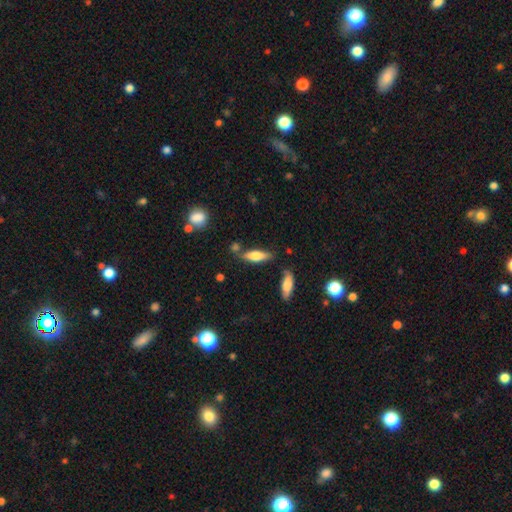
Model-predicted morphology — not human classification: Smooth or featured? smooth (62%)
How rounded? cigar-shaped (55%)
Merging? none (70%)